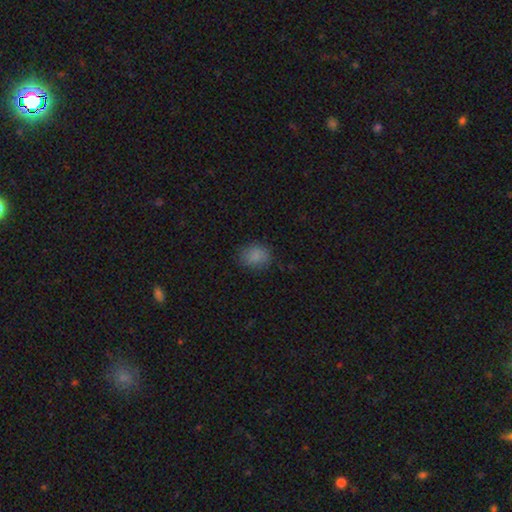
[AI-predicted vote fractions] smooth-or-featured: smooth: 84% | star or artifact: 10% | featured or disk: 6%
  how-rounded: round: 59% | in between: 40% | cigar-shaped: 1%
  merging: none: 79% | minor disturbance: 15% | major disturbance: 4% | merger: 1%